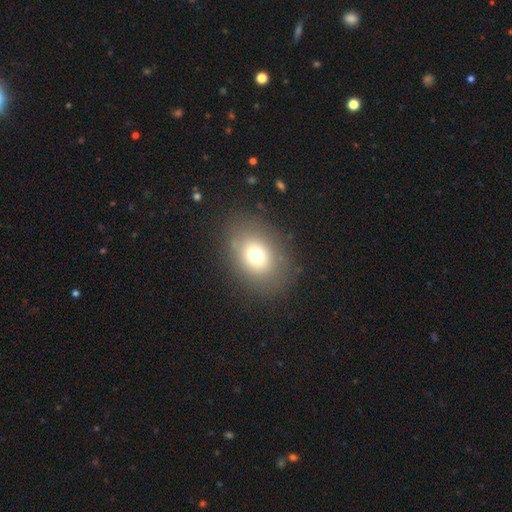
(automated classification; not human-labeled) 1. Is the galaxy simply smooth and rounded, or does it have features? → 71% smooth, 15% featured or disk, 14% star or artifact.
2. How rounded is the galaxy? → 57% in between, 43% round, 1% cigar-shaped.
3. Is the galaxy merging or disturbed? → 83% none, 10% minor disturbance, 6% major disturbance, 1% merger.